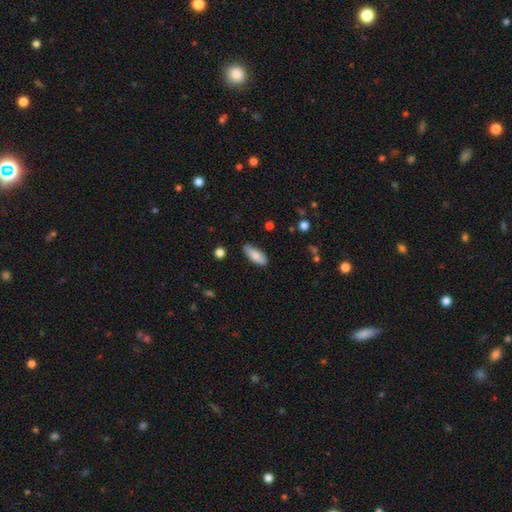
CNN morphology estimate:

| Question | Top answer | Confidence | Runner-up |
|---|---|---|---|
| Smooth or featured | smooth | 80% | featured or disk (14%) |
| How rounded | in between | 79% | cigar-shaped (19%) |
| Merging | none | 78% | minor disturbance (18%) |